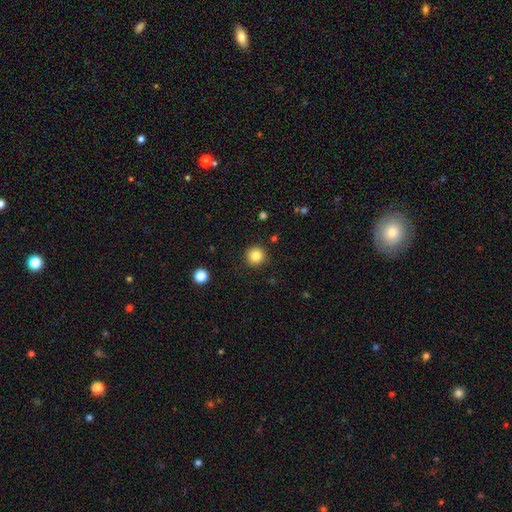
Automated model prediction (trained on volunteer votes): A smooth galaxy with no disk features (84%) that is round (95%). Merging: none (91%).